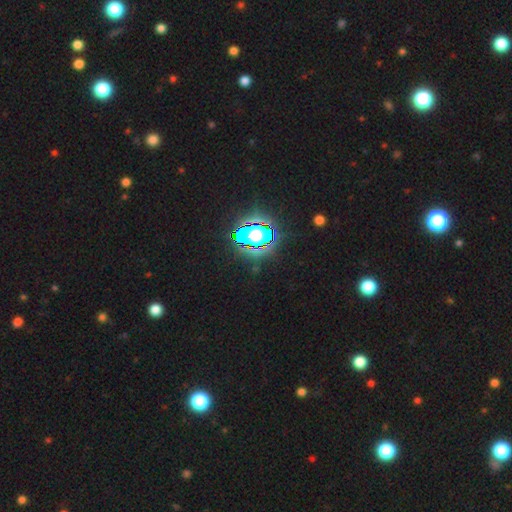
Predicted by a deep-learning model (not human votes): Overall: star or artifact (81%).